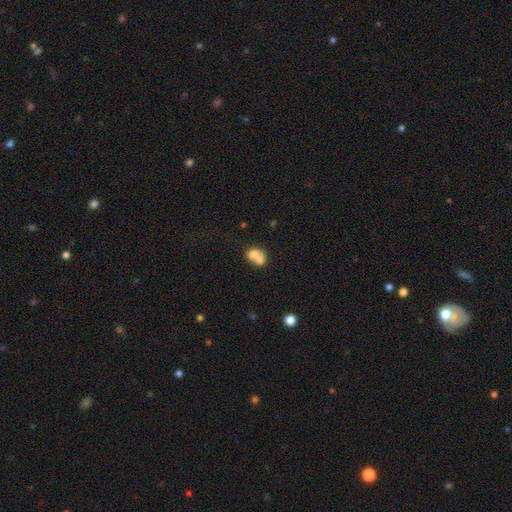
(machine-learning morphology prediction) The model was most divided on "how rounded": in between: 52%, round: 47%, cigar-shaped: 1%. More confident: smooth or featured — smooth (69%); merging — merger (65%).